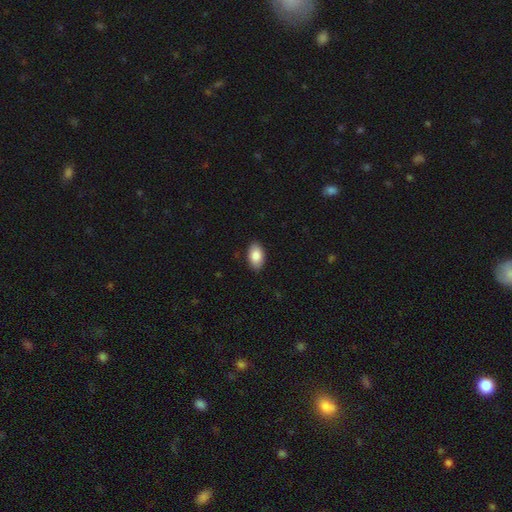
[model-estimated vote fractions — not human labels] A smooth galaxy with no disk features (86%) that is in between round and cigar-shaped (93%). Merging: none (88%).